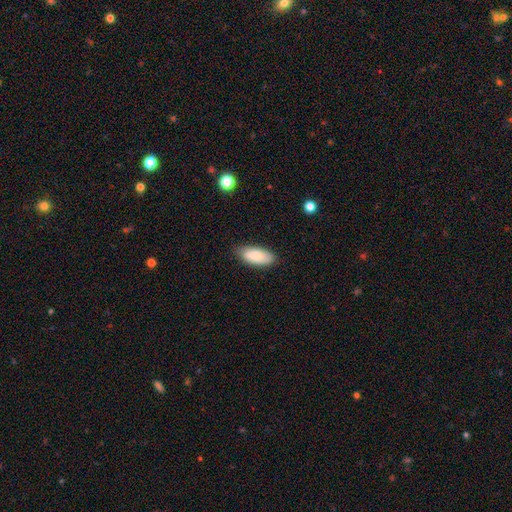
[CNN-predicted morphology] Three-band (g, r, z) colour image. It shows a smooth galaxy with no disk features (86%) that is in between round and cigar-shaped (87%). Merging: none (80%).